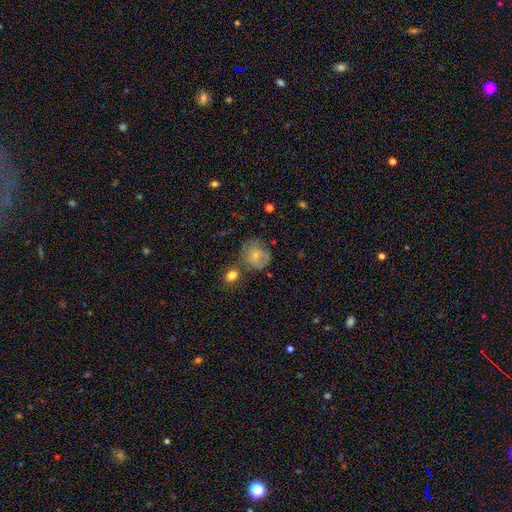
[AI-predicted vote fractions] The model was most divided on "merging": none: 43%, minor disturbance: 28%, major disturbance: 19%, merger: 11%. More confident: how rounded — round (71%); smooth or featured — smooth (60%).